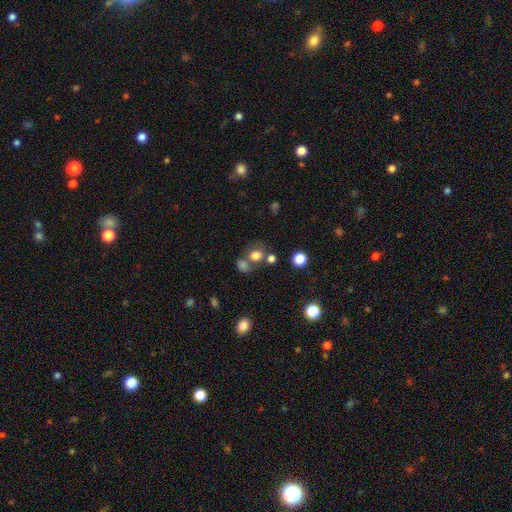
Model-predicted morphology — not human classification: Overall: smooth (73%). How rounded: round (78%). Merging: none (51%; merger 32%).